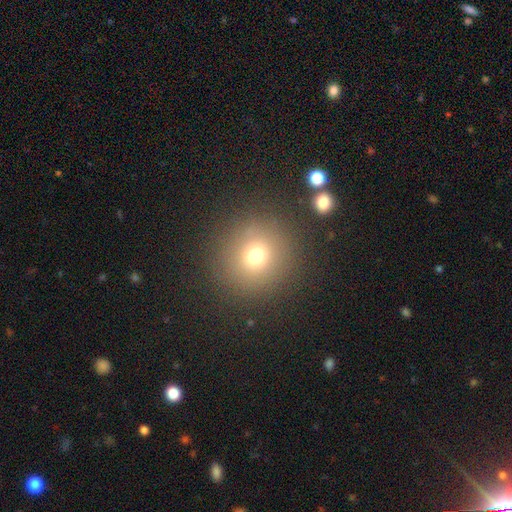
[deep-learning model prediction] smooth 71%, star or artifact 18%, featured or disk 10%. Down the decision tree: how rounded — round (92%); merging — none (87%).